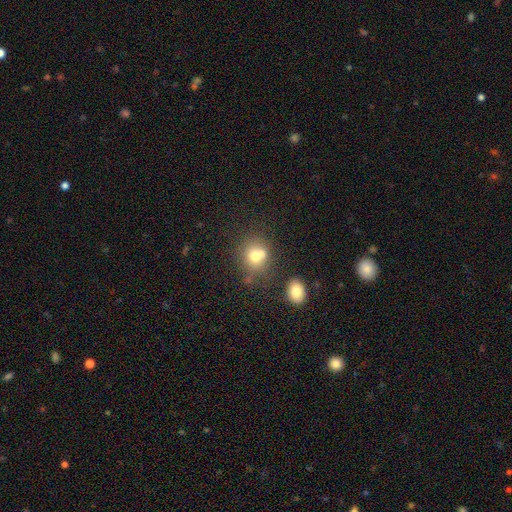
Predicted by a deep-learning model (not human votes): Overall: smooth (71%). How rounded: round (79%). Merging: none (49%; merger 36%).